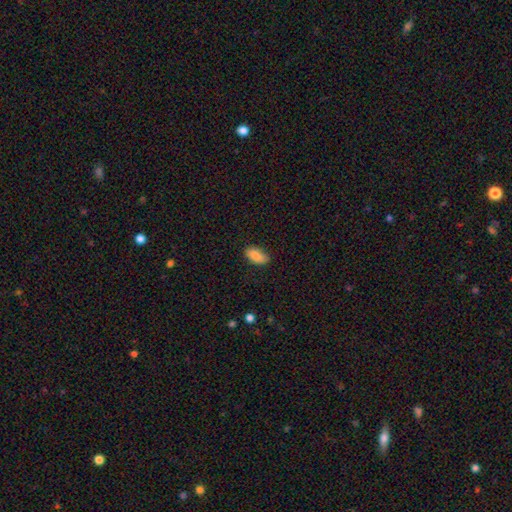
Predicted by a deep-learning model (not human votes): The model was most divided on "merging": none: 81%, minor disturbance: 15%, major disturbance: 3%, merger: 1%. More confident: how rounded — in between (92%); smooth or featured — smooth (88%).